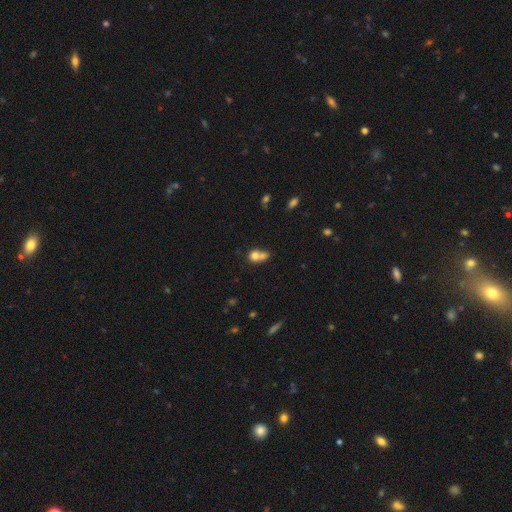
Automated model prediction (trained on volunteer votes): A smooth galaxy with no disk features (73%) that is round (61%). Merging: merger (64%).